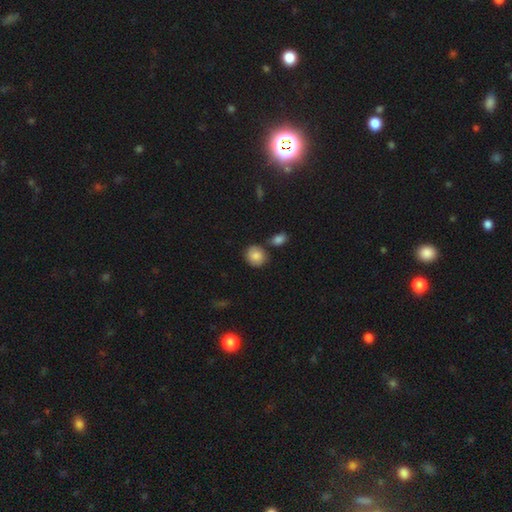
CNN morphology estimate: Overall: smooth (85%). How rounded: round (78%). Merging: none (74%).